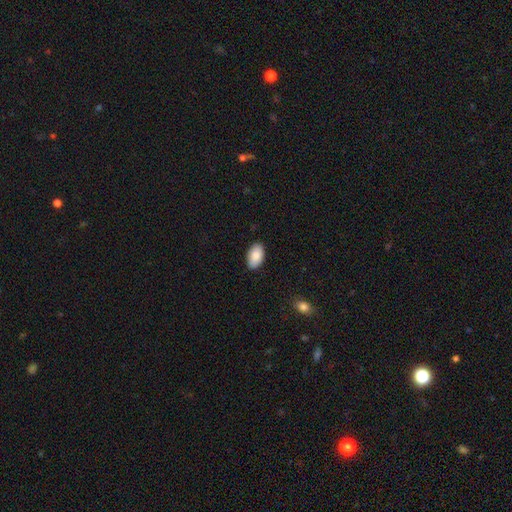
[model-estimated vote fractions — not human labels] Smooth or featured?
  - smooth: 86% *
  - featured or disk: 8%
  - star or artifact: 6%
How rounded?
  - in between: 95% *
  - round: 4%
  - cigar-shaped: 1%
Merging?
  - none: 87% *
  - minor disturbance: 10%
  - major disturbance: 2%
  - merger: 1%